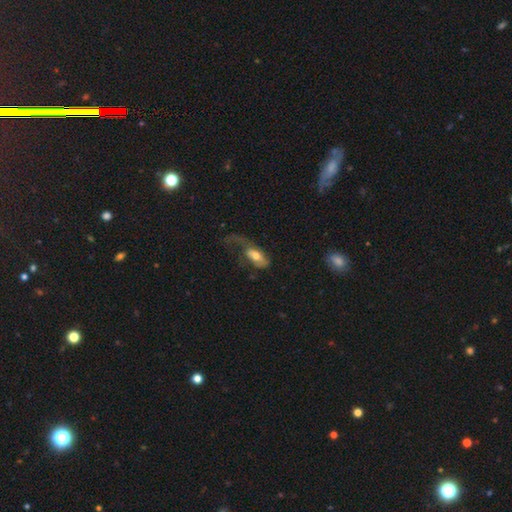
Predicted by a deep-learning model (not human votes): Overall: smooth (57%; featured or disk 37%). How rounded: in between (83%). Merging: major disturbance (59%; none 20%).